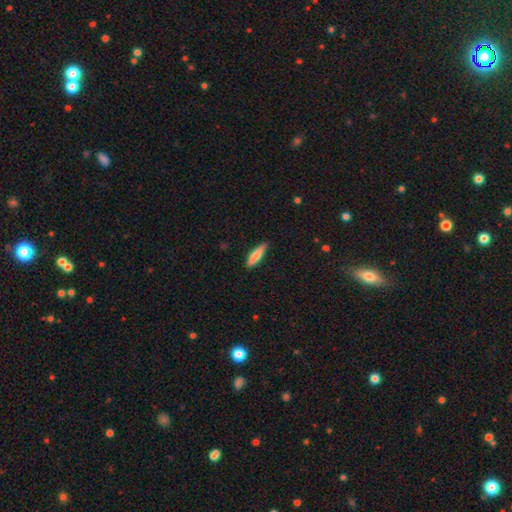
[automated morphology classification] Overall: smooth (76%). How rounded: cigar-shaped (75%). Merging: none (85%).